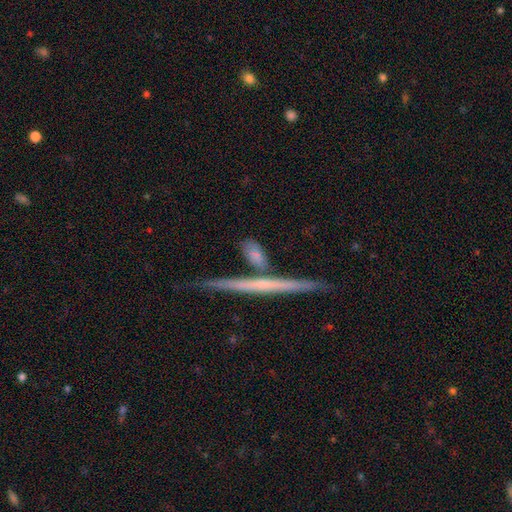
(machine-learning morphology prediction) This is likely a smooth galaxy (65%). How rounded: possibly in between (51%). Merging: likely none (63%).